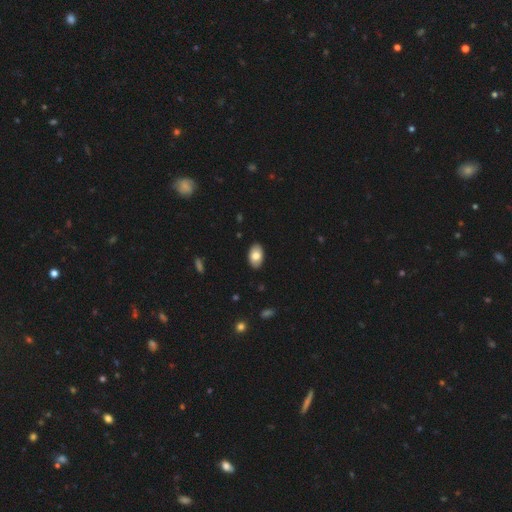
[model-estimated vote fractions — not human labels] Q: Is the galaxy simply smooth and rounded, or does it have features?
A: smooth — 81%.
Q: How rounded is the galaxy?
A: in between — 93%.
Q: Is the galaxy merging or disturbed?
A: none — 89%.